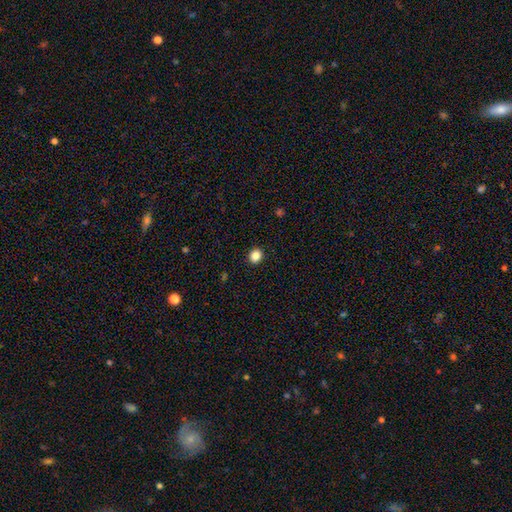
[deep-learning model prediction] Q: Smooth or featured?
A: smooth (86%); runner-up: star or artifact (11%)
Q: How rounded?
A: round (72%); runner-up: in between (27%)
Q: Merging?
A: none (92%); runner-up: minor disturbance (6%)